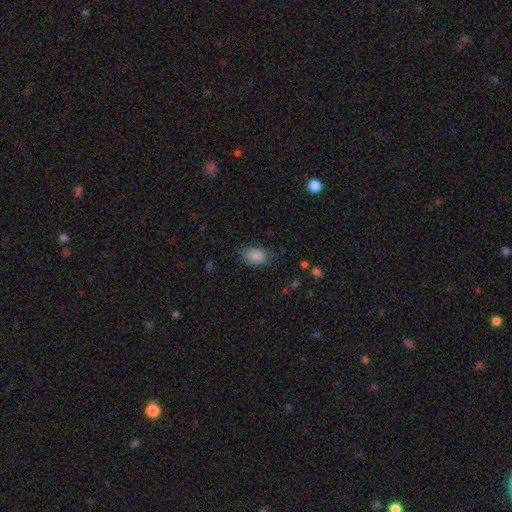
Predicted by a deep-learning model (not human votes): smooth-or-featured: smooth: 87% | star or artifact: 8% | featured or disk: 5%
  how-rounded: in between: 89% | round: 9% | cigar-shaped: 2%
  merging: none: 75% | minor disturbance: 18% | major disturbance: 5% | merger: 1%